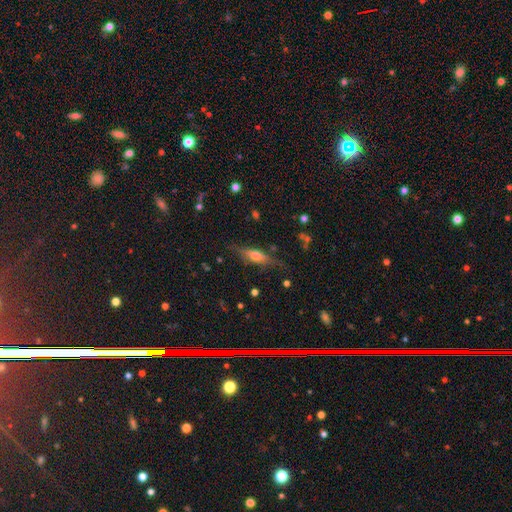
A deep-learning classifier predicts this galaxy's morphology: smooth_or_featured: featured or disk (p=0.51) [alt: smooth p=0.40]
disk_edge_on: yes (p=0.87) [alt: no p=0.13]
merging: none (p=0.73) [alt: minor disturbance p=0.18]